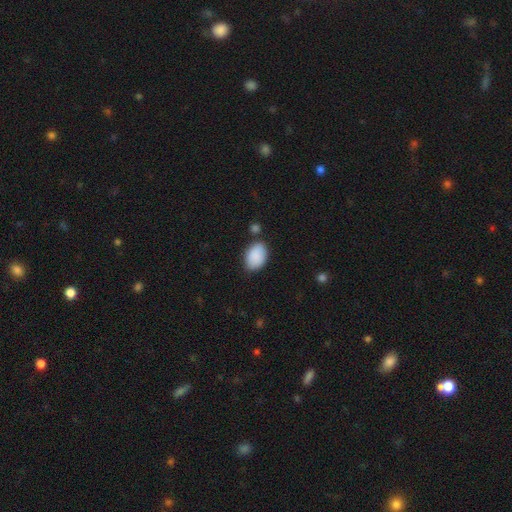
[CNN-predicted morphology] smooth_or_featured: smooth (p=0.90) [alt: star or artifact p=0.06]
how_rounded: in between (p=0.90) [alt: round p=0.09]
merging: none (p=0.75) [alt: minor disturbance p=0.16]